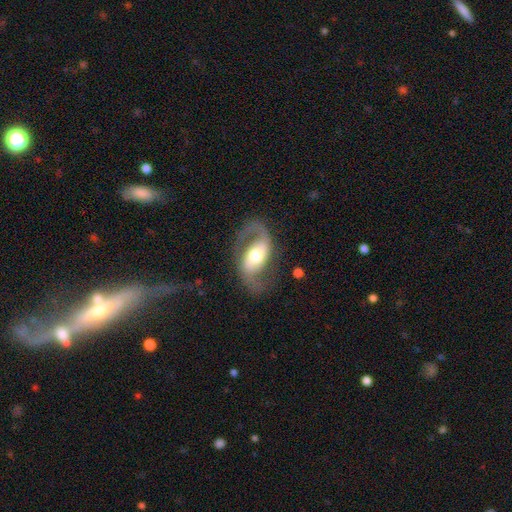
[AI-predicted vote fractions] Overall: featured or disk (87%). Edge-on disk: no (97%). Bar: weak (37%; strong 34%). Spiral arms: yes (94%). Spiral arm count: 2 (91%). Spiral winding: loose (51%; medium 41%). Bulge size: moderate (62%). Merging: none (73%).